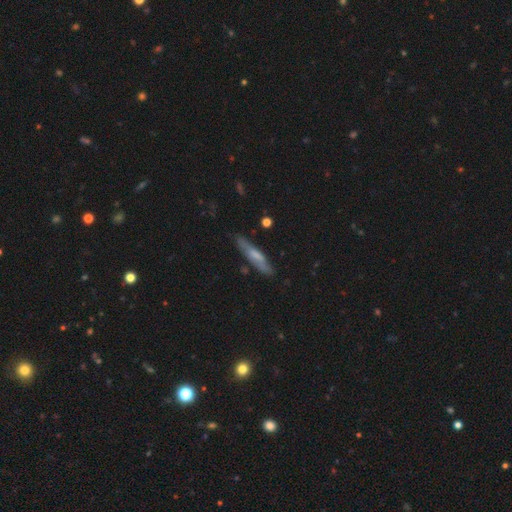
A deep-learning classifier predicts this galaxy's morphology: This is possibly a smooth galaxy (51%). How rounded: clearly cigar-shaped (84%). Merging: likely none (78%).